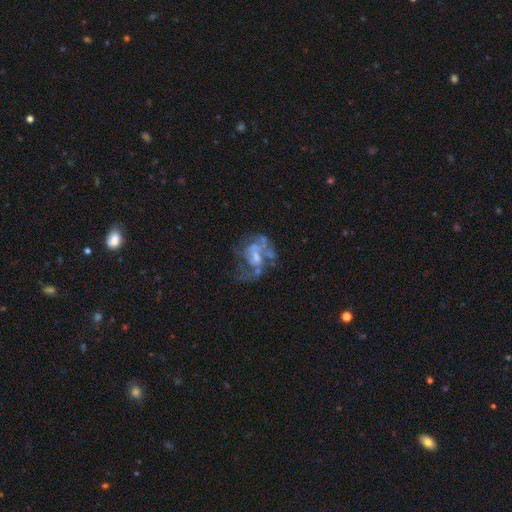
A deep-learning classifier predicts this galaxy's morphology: This is likely a featured or disk galaxy (73%). It is clearly not viewed edge-on (98%). Bar: possibly no (53%). Spiral arm pattern: possibly yes (53%). Central bulge: marginally small (35%). Merging: marginally major disturbance (39%).